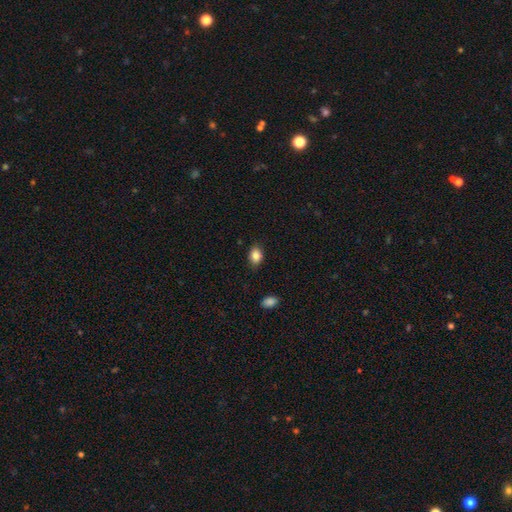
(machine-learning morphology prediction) Smooth or featured? smooth (85%)
How rounded? in between (75%)
Merging? none (85%)